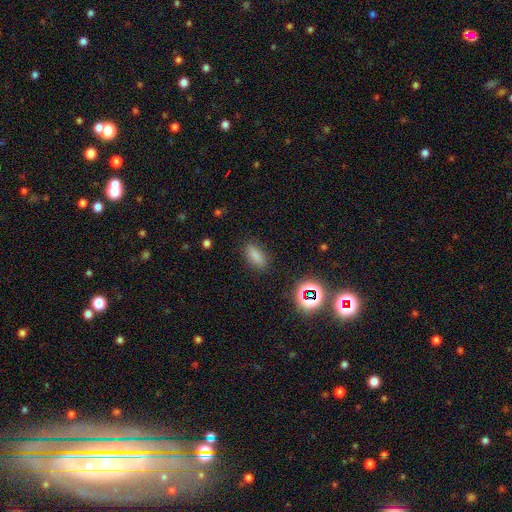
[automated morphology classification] smooth_or_featured: smooth (p=0.80) [alt: star or artifact p=0.14]
how_rounded: in between (p=0.77) [alt: cigar-shaped p=0.18]
merging: none (p=0.85) [alt: minor disturbance p=0.10]